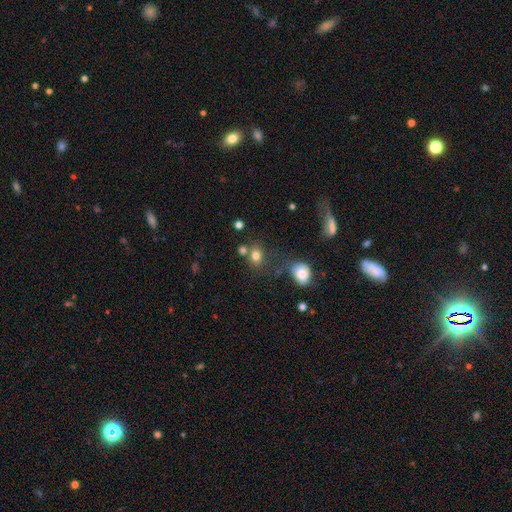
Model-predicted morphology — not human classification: Smooth or featured?
  - smooth: 77% *
  - star or artifact: 14%
  - featured or disk: 9%
How rounded?
  - round: 58% *
  - in between: 41%
  - cigar-shaped: 1%
Merging?
  - none: 62% *
  - merger: 18%
  - minor disturbance: 14%
  - major disturbance: 6%